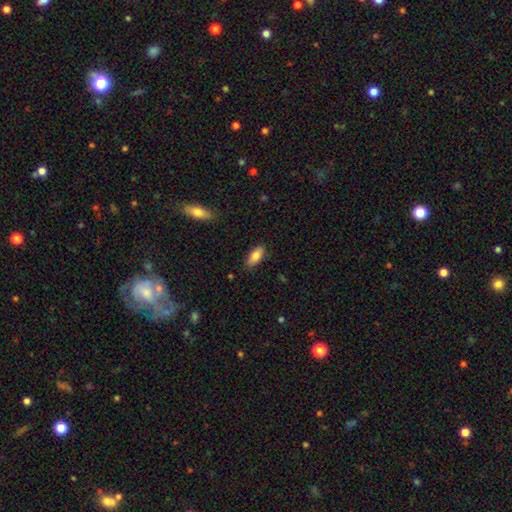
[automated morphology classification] smooth_or_featured: smooth (p=0.82) [alt: featured or disk p=0.11]
how_rounded: in between (p=0.82) [alt: cigar-shaped p=0.16]
merging: none (p=0.84) [alt: minor disturbance p=0.12]